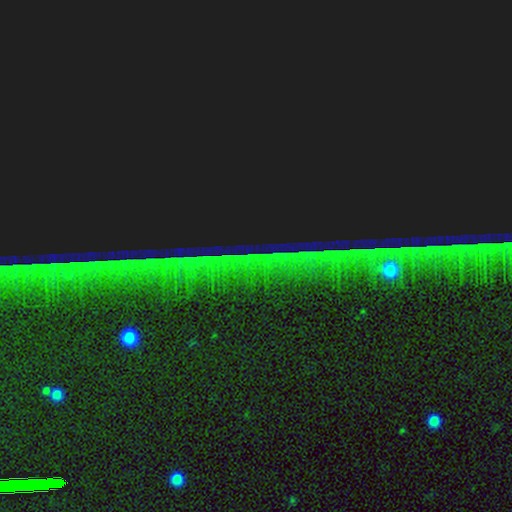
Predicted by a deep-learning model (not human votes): smooth-or-featured: star or artifact: 85% | featured or disk: 8% | smooth: 7%